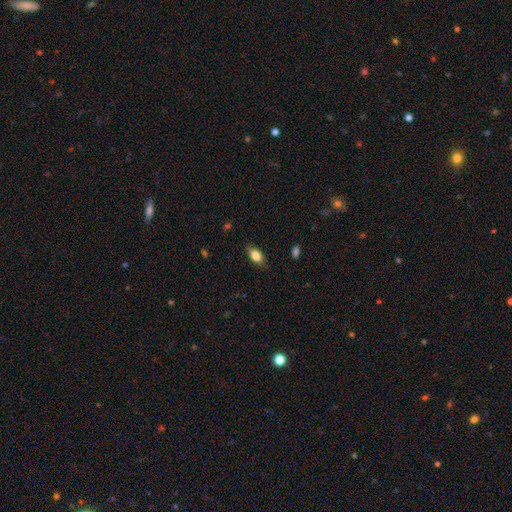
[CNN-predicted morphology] Smooth or featured?
  - smooth: 82% *
  - featured or disk: 11%
  - star or artifact: 8%
How rounded?
  - in between: 87% *
  - cigar-shaped: 8%
  - round: 5%
Merging?
  - none: 83% *
  - minor disturbance: 13%
  - major disturbance: 3%
  - merger: 1%